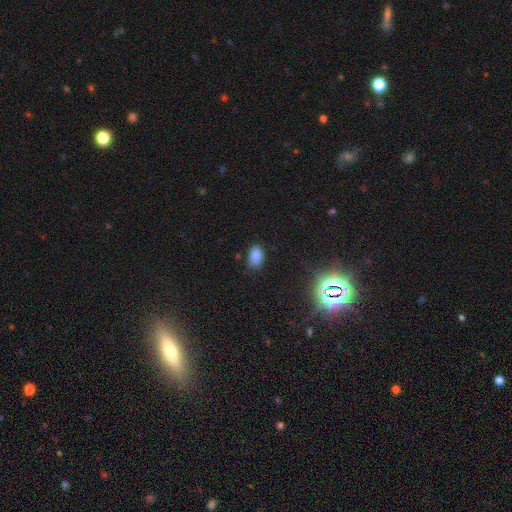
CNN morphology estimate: The model was most divided on "merging": none: 79%, minor disturbance: 16%, major disturbance: 3%, merger: 2%. More confident: how rounded — in between (88%); smooth or featured — smooth (82%).